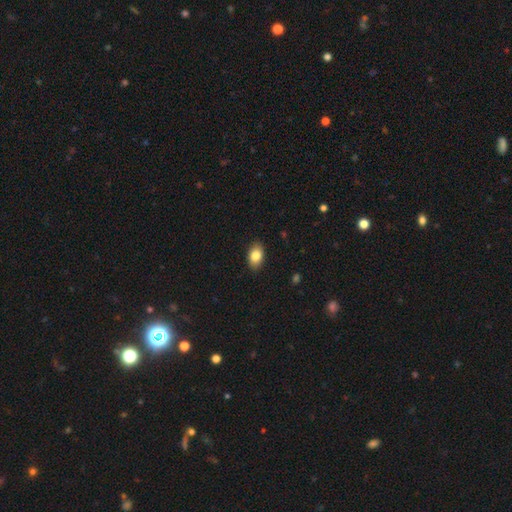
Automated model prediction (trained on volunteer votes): Smooth or featured?
  - smooth: 84% *
  - featured or disk: 8%
  - star or artifact: 7%
How rounded?
  - in between: 89% *
  - round: 10%
  - cigar-shaped: 2%
Merging?
  - none: 88% *
  - minor disturbance: 9%
  - major disturbance: 2%
  - merger: 1%